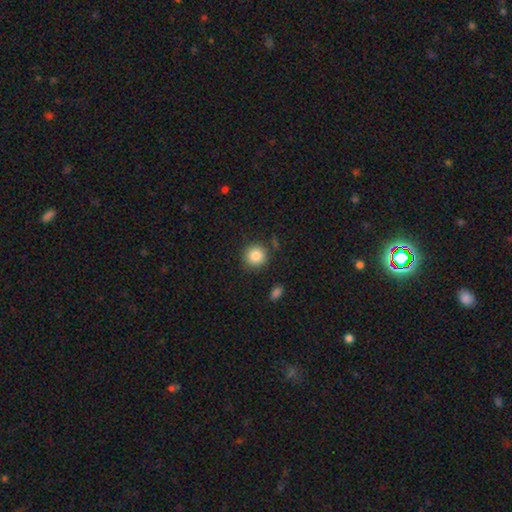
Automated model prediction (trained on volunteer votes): This is clearly a smooth galaxy (86%). How rounded: clearly round (93%). Merging: clearly none (85%).